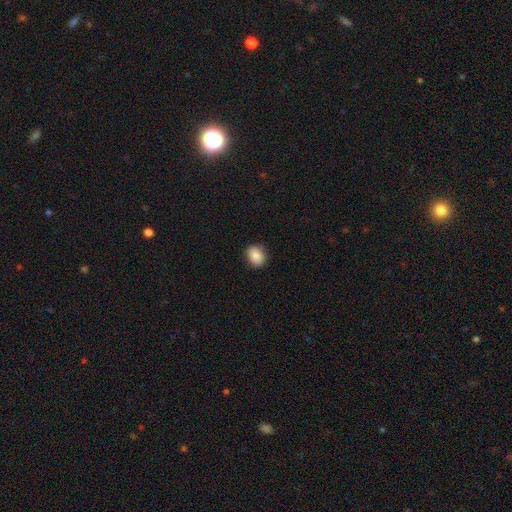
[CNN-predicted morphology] smooth 86%, star or artifact 8%, featured or disk 6%. Down the decision tree: how rounded — in between (52%); merging — none (85%).